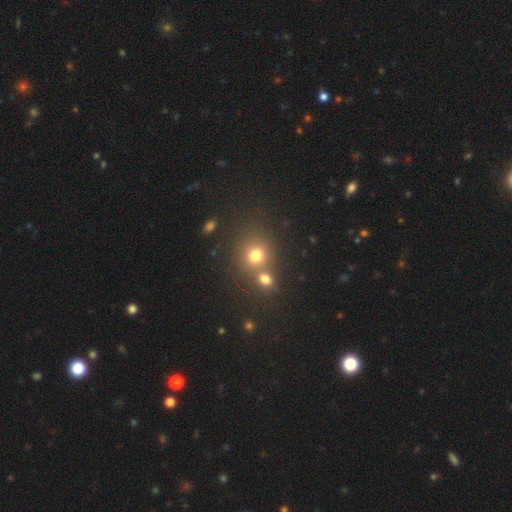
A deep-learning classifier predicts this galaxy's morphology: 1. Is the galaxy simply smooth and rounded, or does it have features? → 74% smooth, 17% star or artifact, 10% featured or disk.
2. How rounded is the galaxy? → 79% round, 20% in between, 1% cigar-shaped.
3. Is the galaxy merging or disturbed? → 47% none, 42% merger, 7% minor disturbance, 4% major disturbance.